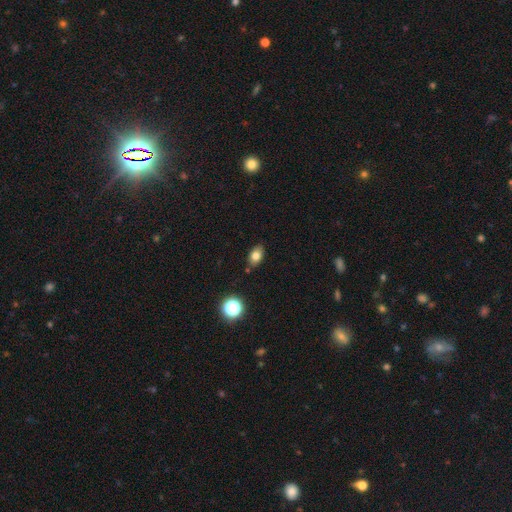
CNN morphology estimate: This is likely a smooth galaxy (78%). How rounded: clearly in between (84%). Merging: clearly none (83%).